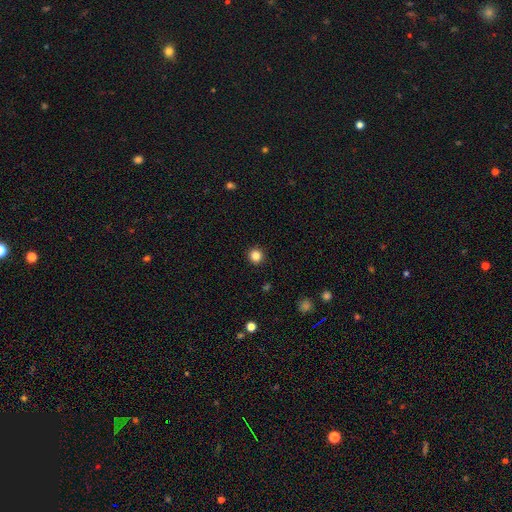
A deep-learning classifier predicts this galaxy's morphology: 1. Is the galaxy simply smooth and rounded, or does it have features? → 84% smooth, 12% star or artifact, 4% featured or disk.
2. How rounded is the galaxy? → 94% round, 5% in between, 1% cigar-shaped.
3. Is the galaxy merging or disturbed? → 93% none, 4% minor disturbance, 2% major disturbance, 1% merger.